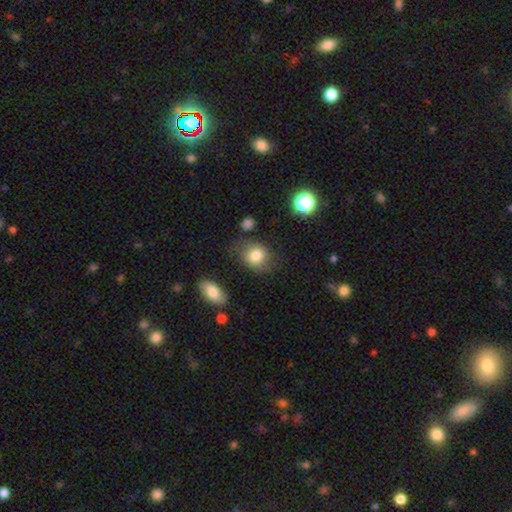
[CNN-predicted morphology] This appears to be a smooth galaxy with no disk features (79%) that is round (52%). Merging: none (65%).